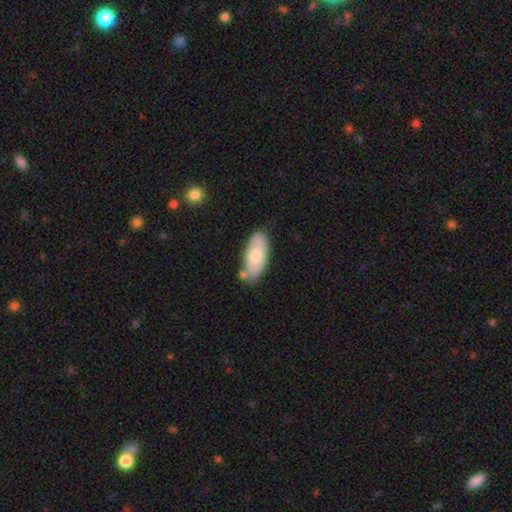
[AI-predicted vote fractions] This is likely a smooth galaxy (70%). How rounded: clearly in between (89%). Merging: likely none (64%).